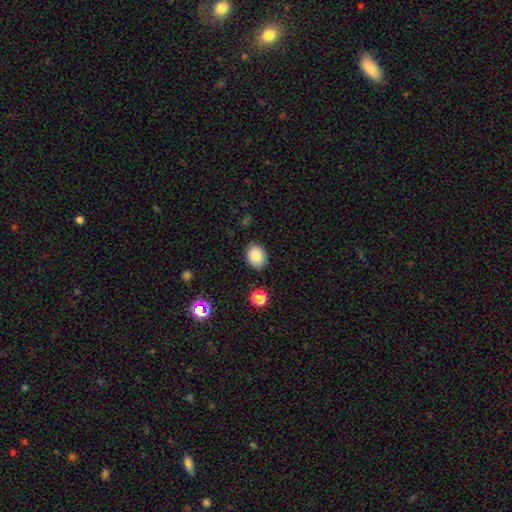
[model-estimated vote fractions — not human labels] Smooth or featured? Predicted: smooth (p=0.86). How rounded? Predicted: in between (p=0.55). Merging? Predicted: none (p=0.86).